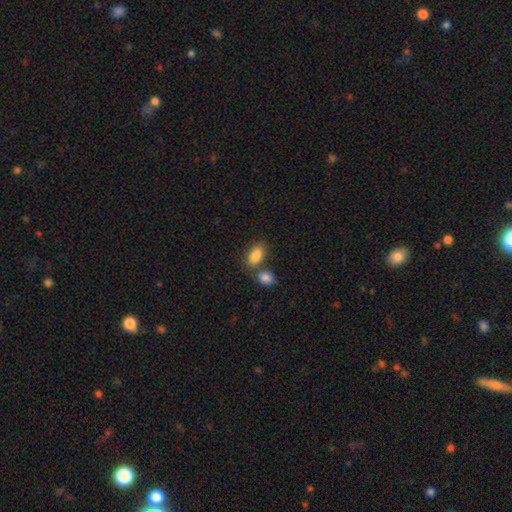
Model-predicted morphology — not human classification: A smooth galaxy with no disk features (87%) that is in between round and cigar-shaped (90%).

Vote fractions:
- Smooth or featured? smooth: 87% / star or artifact: 7% / featured or disk: 6%
- How rounded? in between: 90% / round: 6% / cigar-shaped: 3%
- Merging? none: 56% / merger: 30% / minor disturbance: 11% / major disturbance: 4%